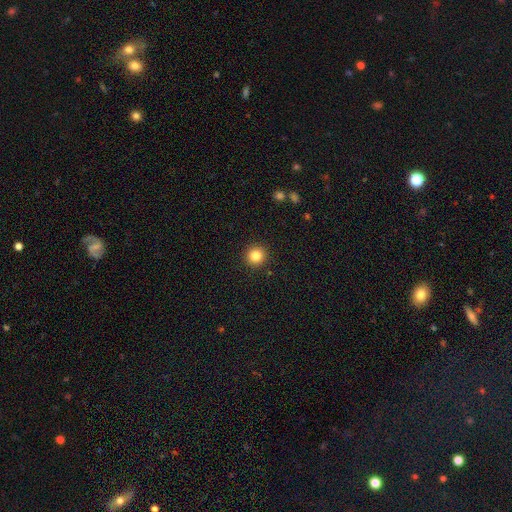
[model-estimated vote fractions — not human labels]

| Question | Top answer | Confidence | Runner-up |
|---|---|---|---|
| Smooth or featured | smooth | 84% | star or artifact (11%) |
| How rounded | round | 94% | in between (5%) |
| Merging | none | 93% | minor disturbance (5%) |